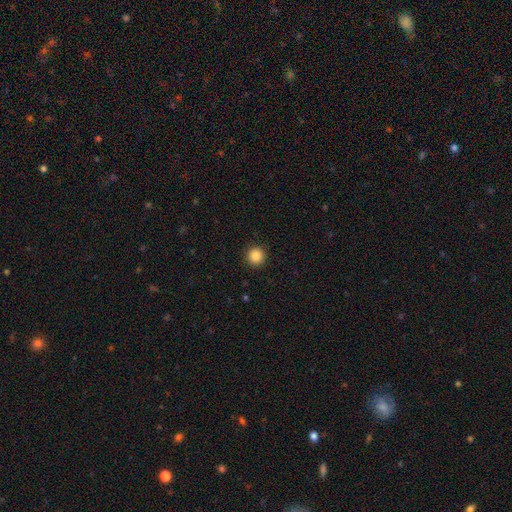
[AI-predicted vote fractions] Smooth or featured: smooth — 86% (star or artifact — 10%)
How rounded: round — 95% (in between — 4%)
Merging: none — 93% (minor disturbance — 5%)